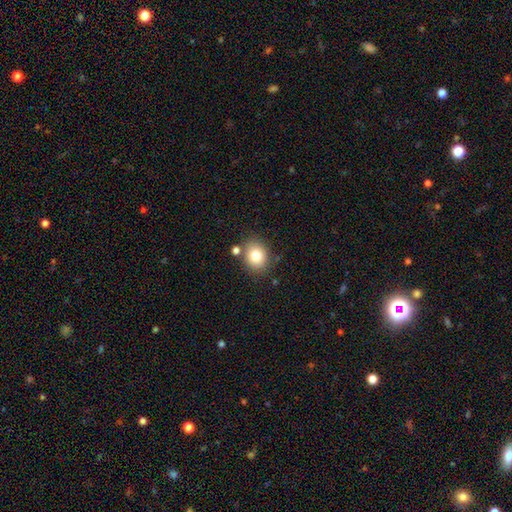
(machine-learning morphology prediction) Q: Smooth or featured?
A: smooth (79%); runner-up: star or artifact (11%)
Q: How rounded?
A: round (63%); runner-up: in between (36%)
Q: Merging?
A: none (77%); runner-up: minor disturbance (11%)